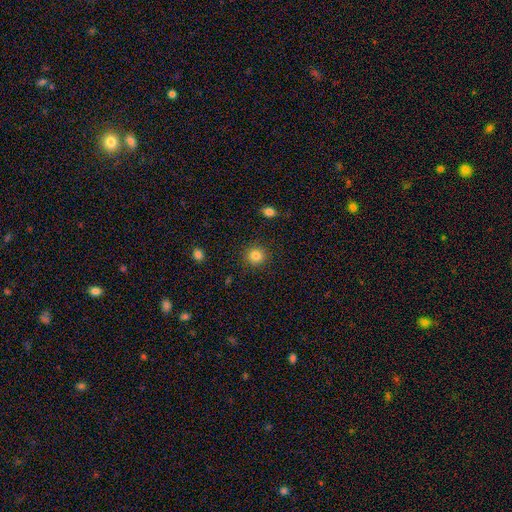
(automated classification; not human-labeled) smooth 84%, star or artifact 11%, featured or disk 5%. Down the decision tree: how rounded — round (91%); merging — none (90%).